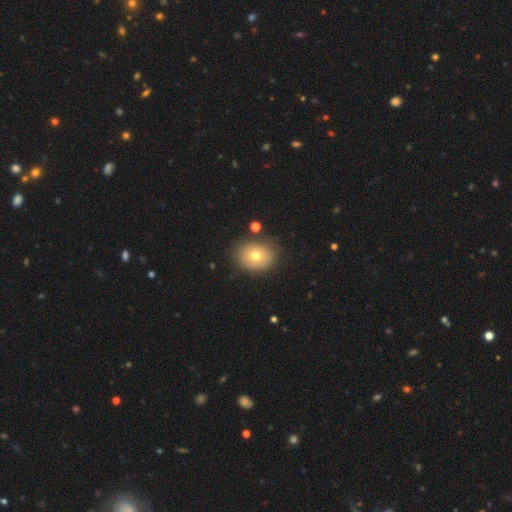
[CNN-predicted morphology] Q: Smooth or featured?
A: smooth (73%); runner-up: featured or disk (17%)
Q: How rounded?
A: round (55%); runner-up: in between (44%)
Q: Merging?
A: none (82%); runner-up: minor disturbance (12%)